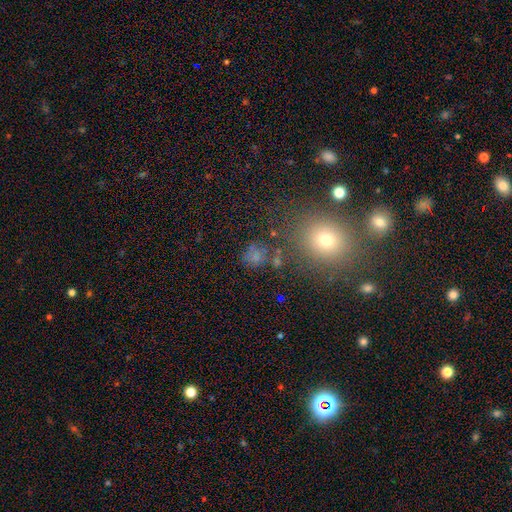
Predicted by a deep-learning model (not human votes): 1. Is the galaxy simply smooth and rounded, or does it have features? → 60% smooth, 26% star or artifact, 14% featured or disk.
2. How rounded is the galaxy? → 74% round, 24% in between, 2% cigar-shaped.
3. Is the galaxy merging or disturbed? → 62% none, 16% minor disturbance, 11% major disturbance, 11% merger.